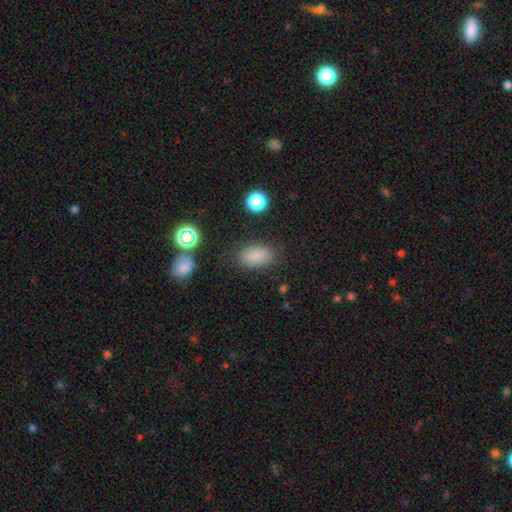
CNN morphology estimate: The model was most divided on "merging": none: 82%, minor disturbance: 11%, major disturbance: 4%, merger: 2%. More confident: how rounded — in between (90%); smooth or featured — smooth (83%).